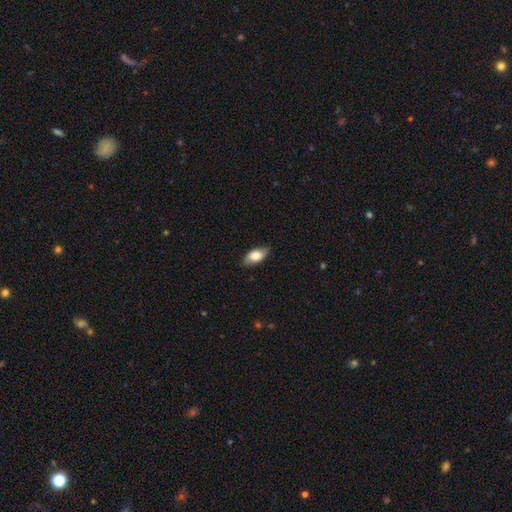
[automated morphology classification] This appears to be a smooth galaxy with no disk features (77%) that is in between round and cigar-shaped (90%). Merging: none (83%).